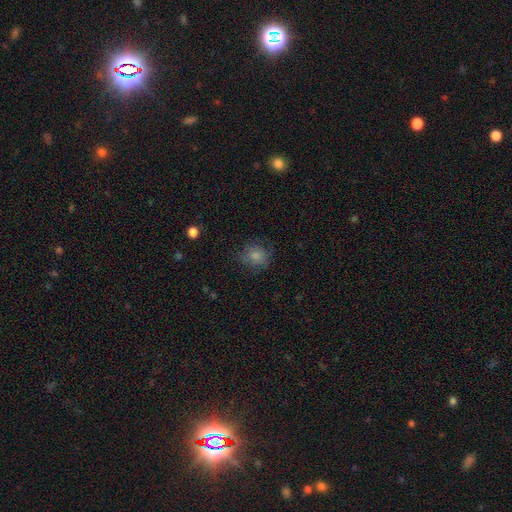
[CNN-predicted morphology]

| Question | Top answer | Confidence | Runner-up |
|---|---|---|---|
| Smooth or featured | smooth | 80% | star or artifact (11%) |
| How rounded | round | 78% | in between (21%) |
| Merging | none | 71% | minor disturbance (20%) |